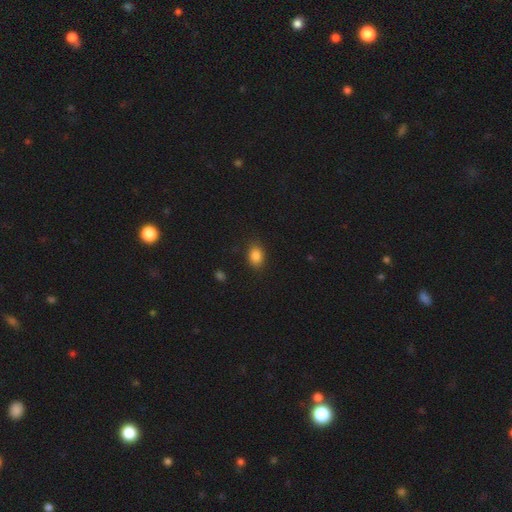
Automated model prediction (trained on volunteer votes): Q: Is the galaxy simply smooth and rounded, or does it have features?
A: smooth — 85%.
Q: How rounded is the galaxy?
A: in between — 72%.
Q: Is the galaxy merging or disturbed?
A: none — 85%.